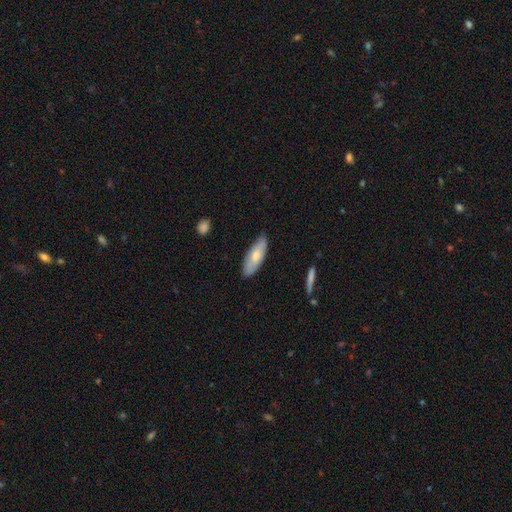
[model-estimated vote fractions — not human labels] Smooth or featured?
  - smooth: 67% *
  - featured or disk: 27%
  - star or artifact: 5%
How rounded?
  - in between: 71% *
  - cigar-shaped: 27%
  - round: 2%
Merging?
  - none: 82% *
  - minor disturbance: 14%
  - major disturbance: 2%
  - merger: 1%